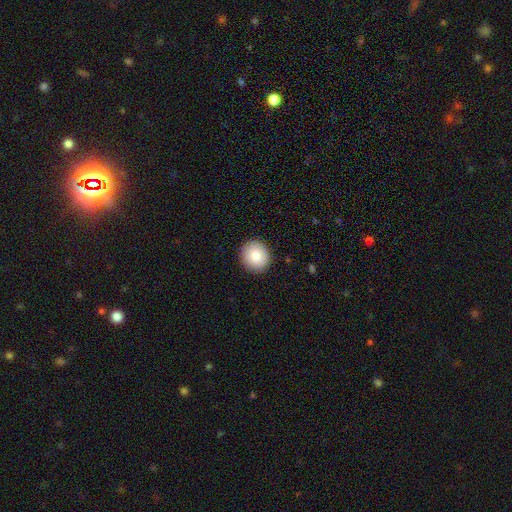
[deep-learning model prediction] smooth 80%, featured or disk 11%, star or artifact 9%. Down the decision tree: how rounded — round (90%); merging — none (91%).